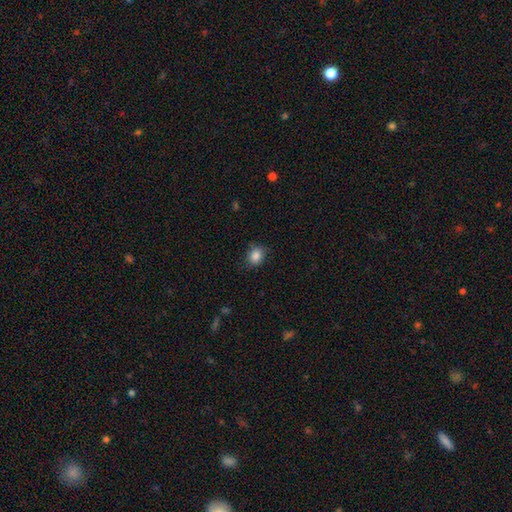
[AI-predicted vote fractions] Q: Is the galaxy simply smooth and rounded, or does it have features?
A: smooth — 86%.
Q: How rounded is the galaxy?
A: round — 58%.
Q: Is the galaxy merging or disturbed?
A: none — 77%.